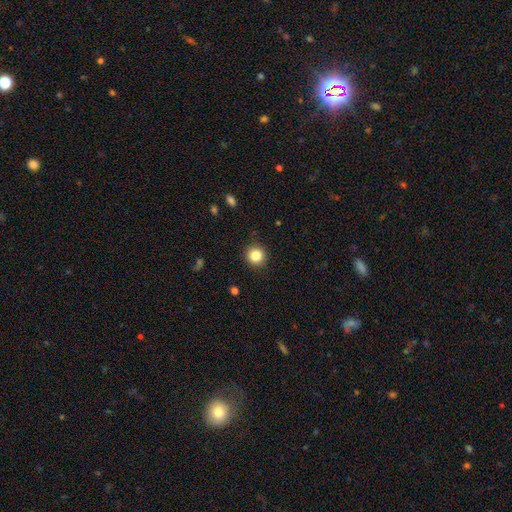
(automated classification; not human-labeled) Smooth or featured? smooth (84%)
How rounded? round (94%)
Merging? none (91%)